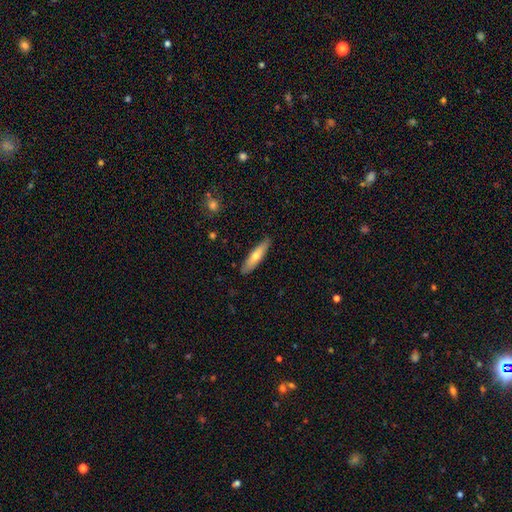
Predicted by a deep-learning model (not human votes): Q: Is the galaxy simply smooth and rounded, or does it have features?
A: smooth — 63%.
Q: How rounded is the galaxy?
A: cigar-shaped — 76%.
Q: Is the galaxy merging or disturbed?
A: none — 87%.